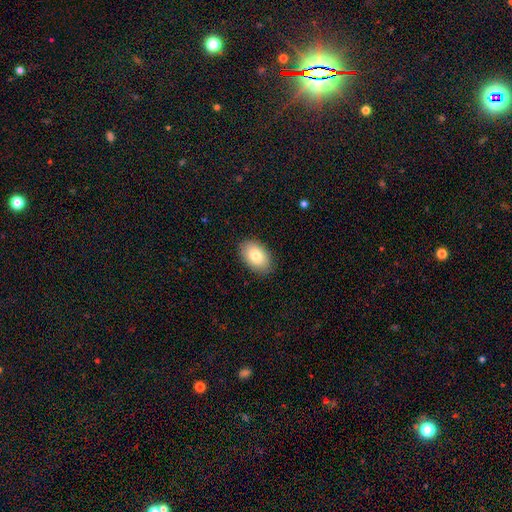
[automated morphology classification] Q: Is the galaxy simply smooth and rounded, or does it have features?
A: smooth — 82%.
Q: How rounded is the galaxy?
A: in between — 91%.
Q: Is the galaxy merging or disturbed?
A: none — 87%.